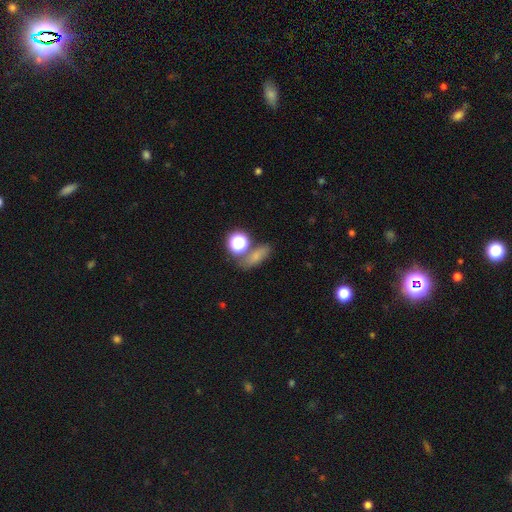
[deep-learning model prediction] The model was most divided on "how rounded": in between: 52%, round: 28%, cigar-shaped: 21%. More confident: smooth or featured — smooth (68%); merging — none (62%).